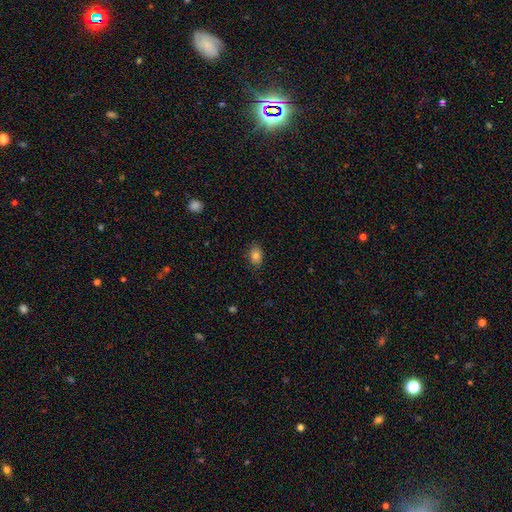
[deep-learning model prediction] A smooth galaxy with no disk features (84%) that is in between round and cigar-shaped (76%).

Vote fractions:
- Smooth or featured? smooth: 84% / star or artifact: 10% / featured or disk: 6%
- How rounded? in between: 76% / round: 23% / cigar-shaped: 1%
- Merging? none: 84% / minor disturbance: 12% / major disturbance: 3% / merger: 1%